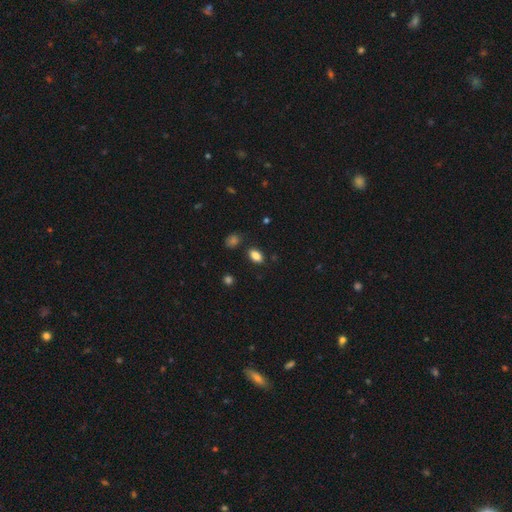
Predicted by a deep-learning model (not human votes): Overall: smooth (86%). How rounded: in between (89%). Merging: none (84%).